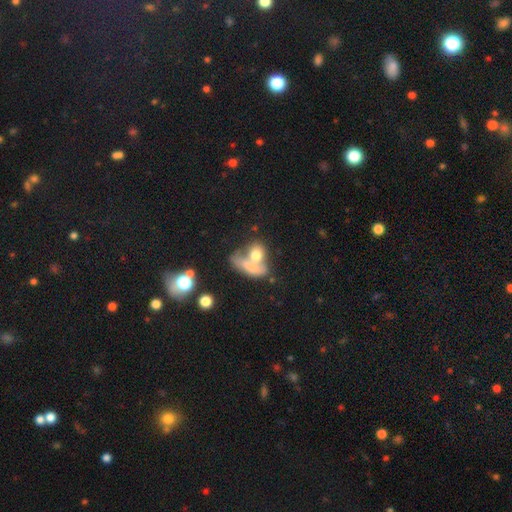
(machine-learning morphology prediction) A smooth galaxy with no disk features (68%) that is in between round and cigar-shaped (56%).

Vote fractions:
- Smooth or featured? smooth: 68% / featured or disk: 23% / star or artifact: 10%
- How rounded? in between: 56% / round: 34% / cigar-shaped: 10%
- Merging? merger: 54% / none: 25% / major disturbance: 10% / minor disturbance: 10%